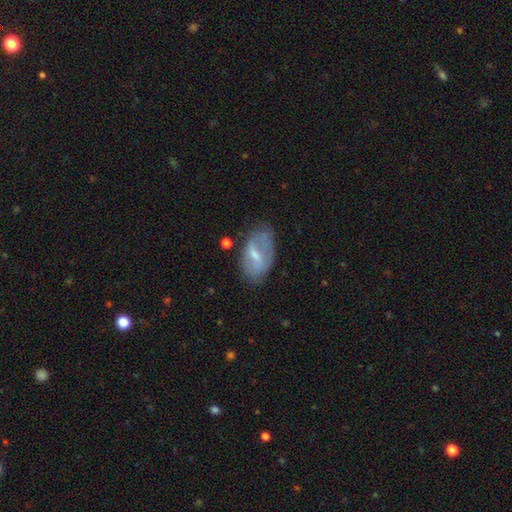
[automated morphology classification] smooth-or-featured: featured or disk: 49% | smooth: 44% | star or artifact: 8%
  merging: none: 56% | minor disturbance: 28% | major disturbance: 13% | merger: 3%